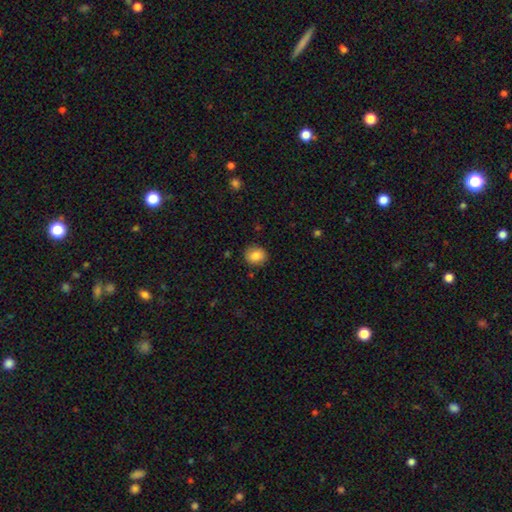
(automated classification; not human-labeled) Smooth or featured? Predicted: smooth (p=0.84). How rounded? Predicted: round (p=0.72). Merging? Predicted: none (p=0.88).